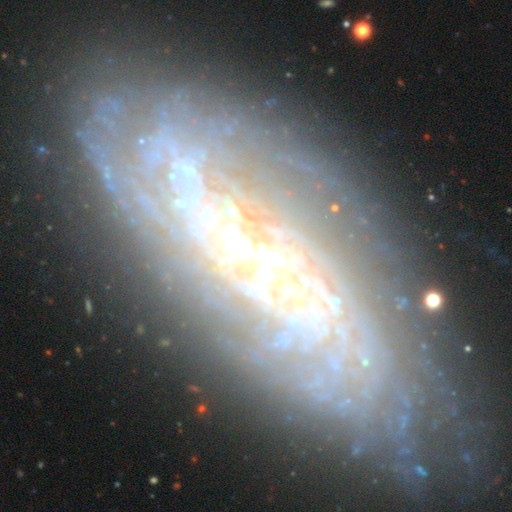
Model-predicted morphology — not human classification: This appears to be a featured or disk galaxy (76%) with no bar (41%), tight (66%) spiral arms (80%) and a moderate central bulge (37%). Merging: none (71%).